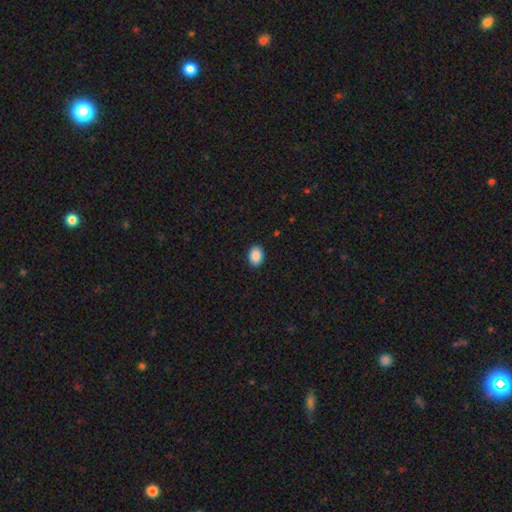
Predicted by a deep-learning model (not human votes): Smooth or featured? Predicted: smooth (p=0.89). How rounded? Predicted: in between (p=0.74). Merging? Predicted: none (p=0.91).